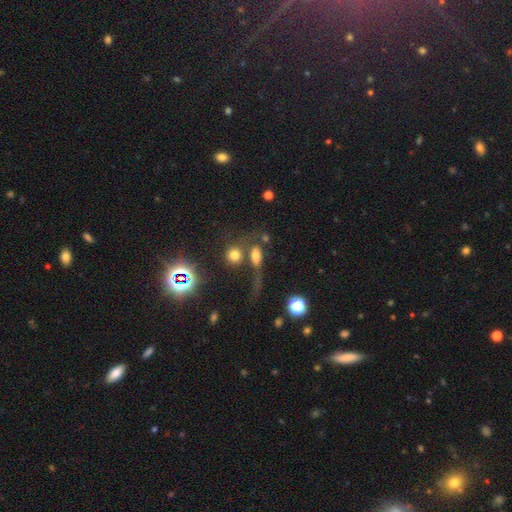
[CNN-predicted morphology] Smooth or featured? smooth (63%)
How rounded? in between (72%)
Merging? none (37%)